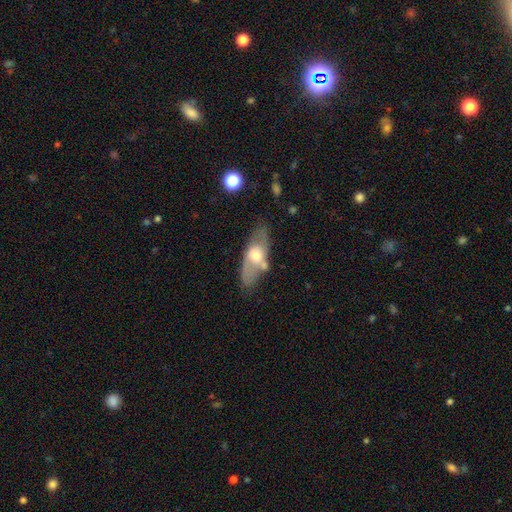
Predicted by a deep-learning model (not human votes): A featured or disk galaxy (49%).

Vote fractions:
- Smooth or featured? featured or disk: 49% / smooth: 45% / star or artifact: 6%
- Merging? none: 61% / minor disturbance: 21% / merger: 11% / major disturbance: 7%